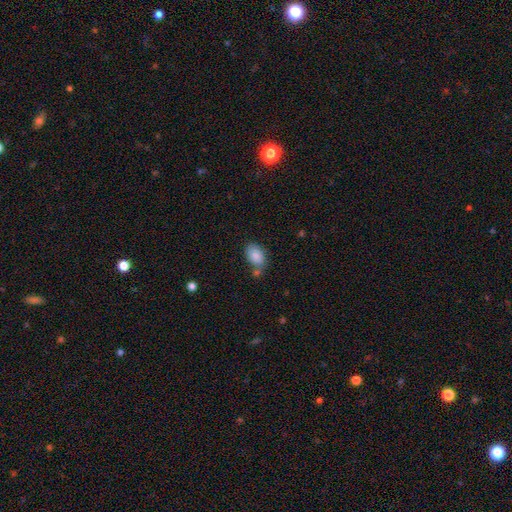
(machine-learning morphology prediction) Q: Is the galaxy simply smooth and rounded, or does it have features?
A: smooth — 87%.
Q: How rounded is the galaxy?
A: in between — 89%.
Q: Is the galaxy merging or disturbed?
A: none — 60%.